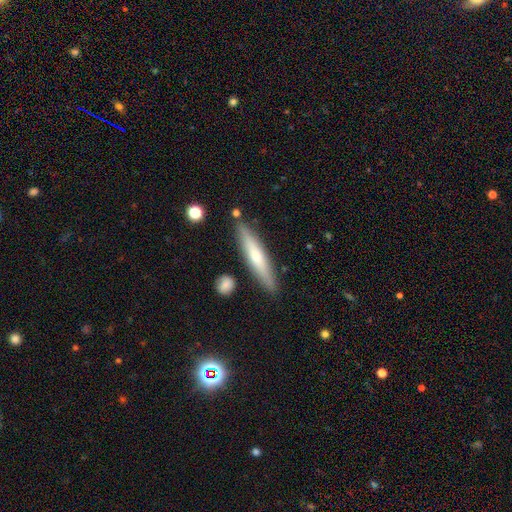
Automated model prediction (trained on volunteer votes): A smooth galaxy with no disk features (51%) that is cigar-shaped (90%).

Vote fractions:
- Smooth or featured? smooth: 51% / featured or disk: 43% / star or artifact: 6%
- How rounded? cigar-shaped: 90% / in between: 9% / round: 1%
- Merging? none: 86% / minor disturbance: 9% / merger: 3% / major disturbance: 2%